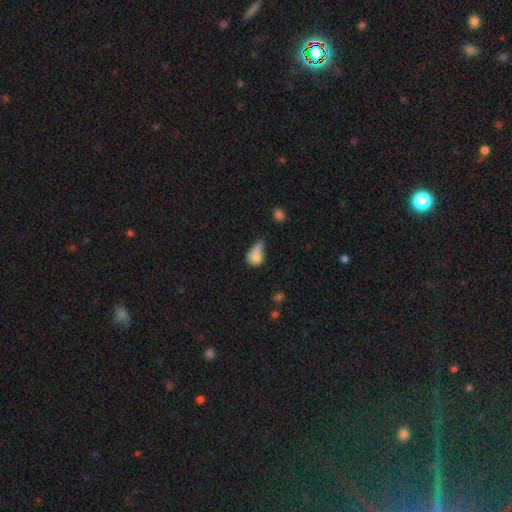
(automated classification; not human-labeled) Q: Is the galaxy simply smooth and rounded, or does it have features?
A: smooth — 74%.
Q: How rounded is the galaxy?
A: in between — 65%.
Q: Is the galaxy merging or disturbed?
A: major disturbance — 30%.